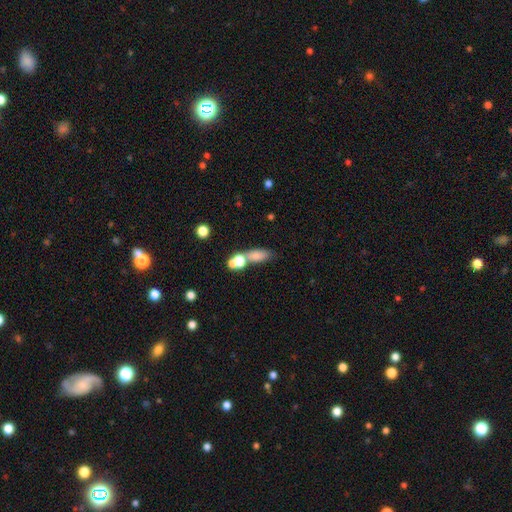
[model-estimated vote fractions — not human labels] Overall: smooth (71%). How rounded: in between (57%; cigar-shaped 27%). Merging: none (50%; merger 31%).